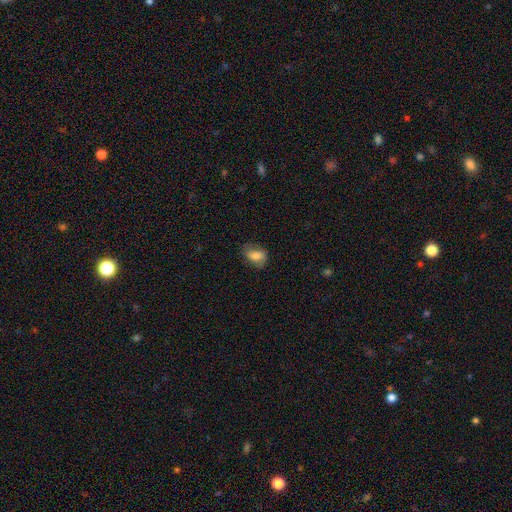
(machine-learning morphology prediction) type=smooth (76%); roundness=in between (80%); merging=none (69%).